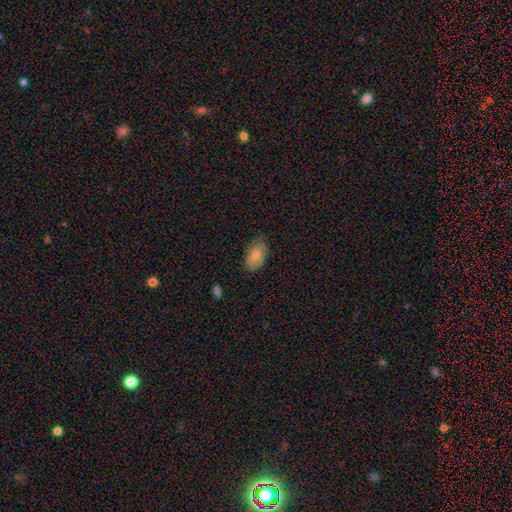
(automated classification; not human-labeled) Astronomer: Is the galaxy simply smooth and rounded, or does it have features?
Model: smooth — 78%.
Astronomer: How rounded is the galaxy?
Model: in between — 91%.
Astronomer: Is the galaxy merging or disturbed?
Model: none — 73%.